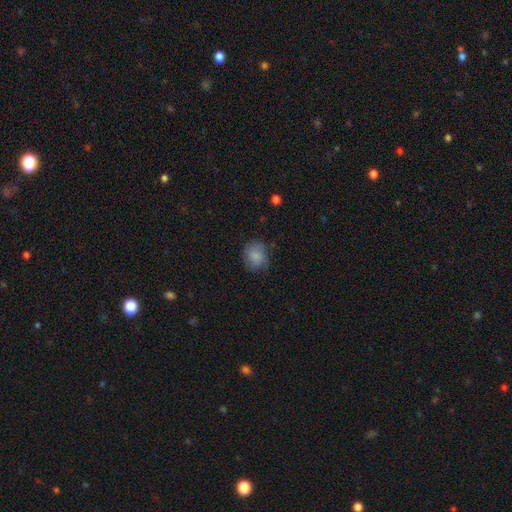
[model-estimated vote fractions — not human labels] smooth 84%, star or artifact 8%, featured or disk 8%. Down the decision tree: how rounded — round (69%); merging — none (72%).